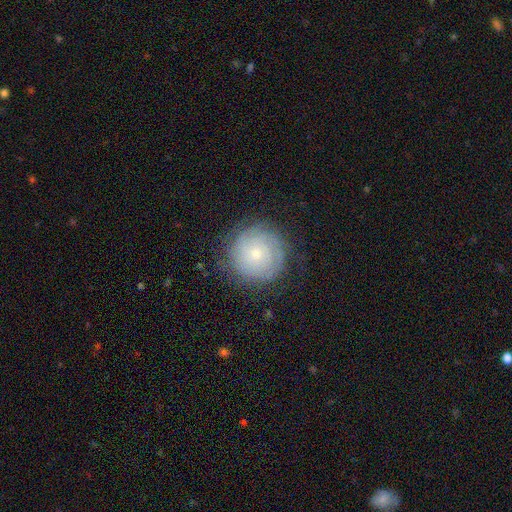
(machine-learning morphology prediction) Q: Smooth or featured?
A: featured or disk (58%); runner-up: smooth (32%)
Q: Edge-on disk?
A: no (98%); runner-up: yes (2%)
Q: Bar?
A: no (85%); runner-up: weak (13%)
Q: Spiral arms?
A: yes (87%); runner-up: no (13%)
Q: Bulge size?
A: small (71%); runner-up: moderate (24%)
Q: Merging?
A: none (82%); runner-up: minor disturbance (12%)